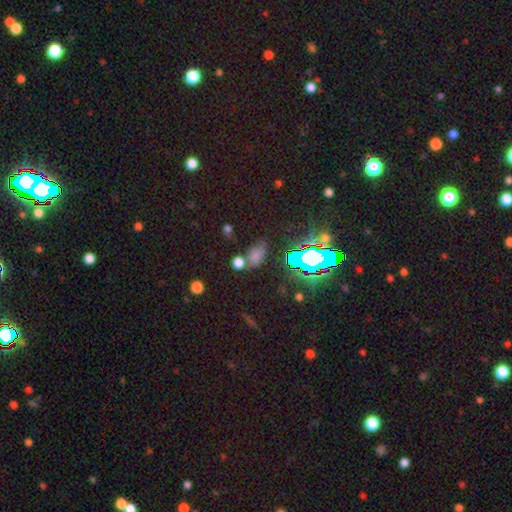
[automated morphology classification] Smooth or featured? smooth (60%)
How rounded? in between (75%)
Merging? none (60%)